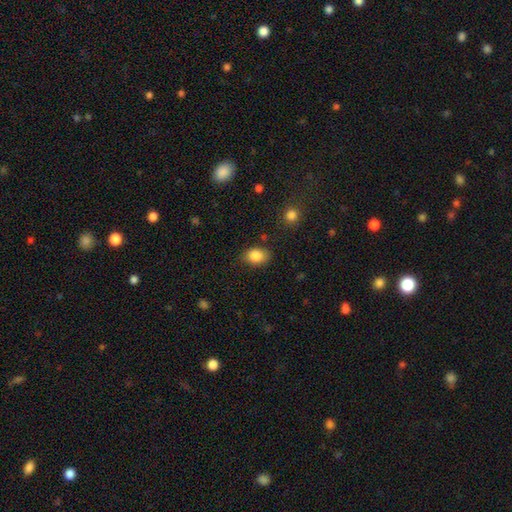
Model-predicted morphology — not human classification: Overall: smooth (86%). How rounded: in between (70%). Merging: none (79%).